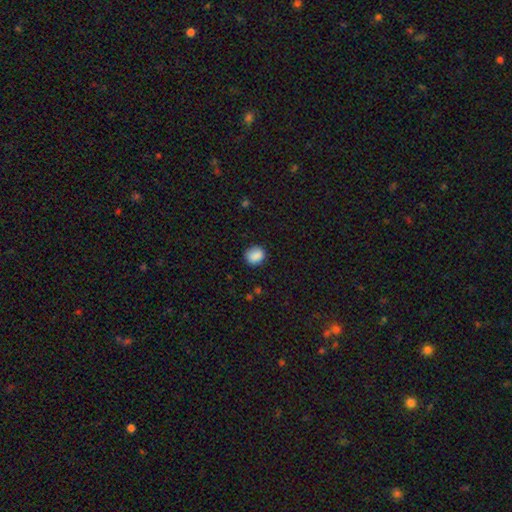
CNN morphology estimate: Smooth or featured: smooth — 88% (star or artifact — 9%)
How rounded: round — 70% (in between — 29%)
Merging: none — 84% (minor disturbance — 12%)